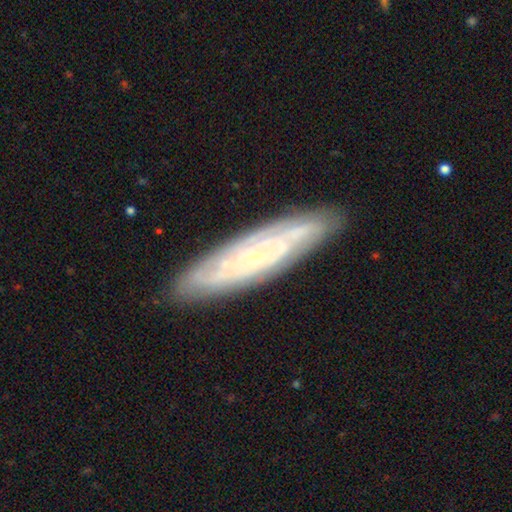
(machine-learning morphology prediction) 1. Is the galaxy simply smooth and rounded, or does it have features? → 76% featured or disk, 18% smooth, 7% star or artifact.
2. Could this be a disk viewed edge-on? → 69% no, 31% yes.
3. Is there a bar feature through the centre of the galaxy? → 76% no, 19% weak, 5% strong.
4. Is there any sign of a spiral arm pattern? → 87% yes, 13% no.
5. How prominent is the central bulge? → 81% small, 15% moderate, 2% none, 1% large, 1% dominant.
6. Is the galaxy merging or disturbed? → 84% none, 12% minor disturbance, 2% major disturbance, 1% merger.